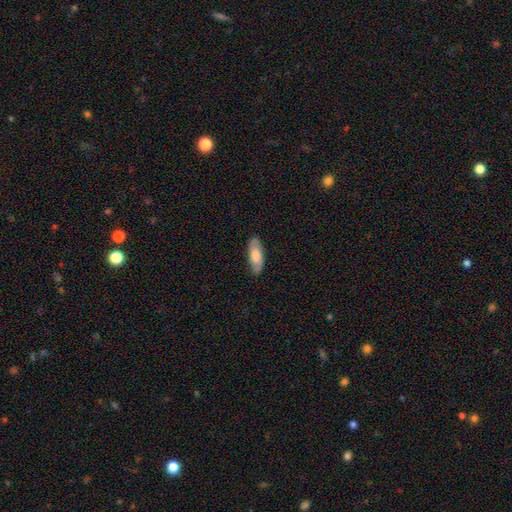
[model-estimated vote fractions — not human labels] Overall: smooth (72%). How rounded: in between (71%). Merging: none (84%).